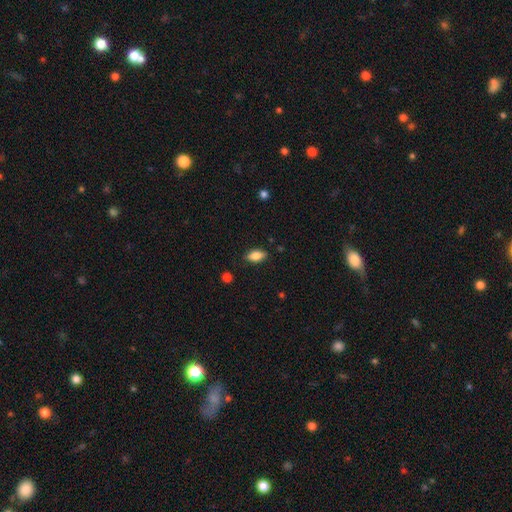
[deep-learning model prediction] Smooth or featured? smooth (83%)
How rounded? in between (88%)
Merging? none (85%)